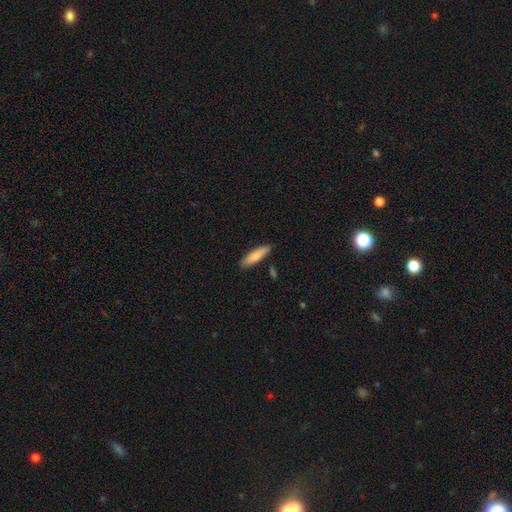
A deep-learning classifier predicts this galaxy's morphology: The model was most divided on "how rounded": cigar-shaped: 68%, in between: 30%, round: 2%. More confident: merging — none (85%); smooth or featured — smooth (79%).